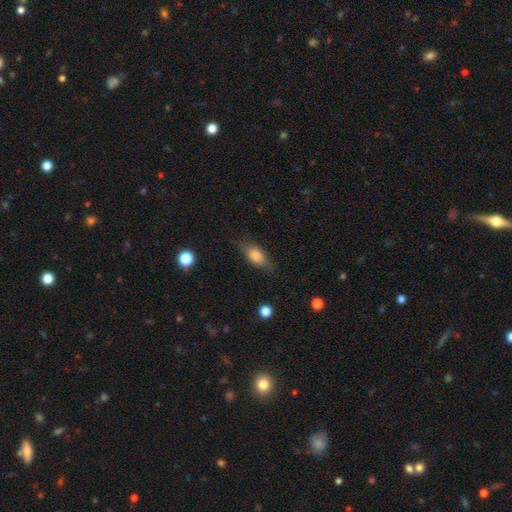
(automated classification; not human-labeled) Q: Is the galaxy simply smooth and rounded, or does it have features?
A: smooth — 73%.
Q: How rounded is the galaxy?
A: in between — 78%.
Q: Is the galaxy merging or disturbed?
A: none — 73%.